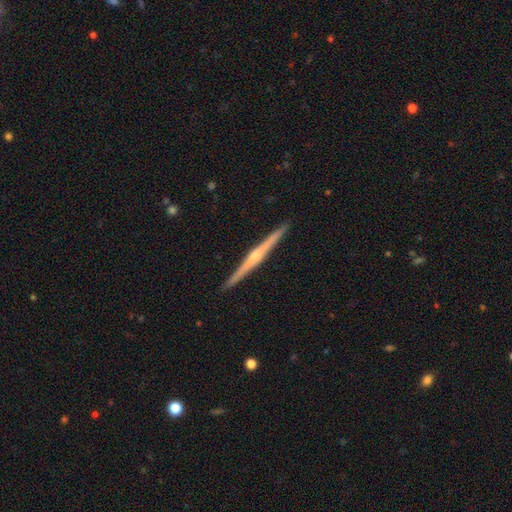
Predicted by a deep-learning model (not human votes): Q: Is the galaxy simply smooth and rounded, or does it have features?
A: featured or disk — 80%.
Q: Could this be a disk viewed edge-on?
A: yes — 99%.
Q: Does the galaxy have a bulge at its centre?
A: rounded — 78%.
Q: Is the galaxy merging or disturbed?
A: none — 93%.